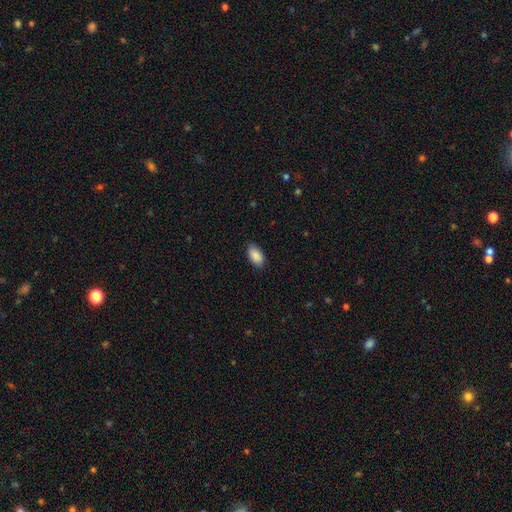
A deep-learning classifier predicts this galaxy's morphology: Smooth or featured? smooth (90%)
How rounded? in between (94%)
Merging? none (86%)